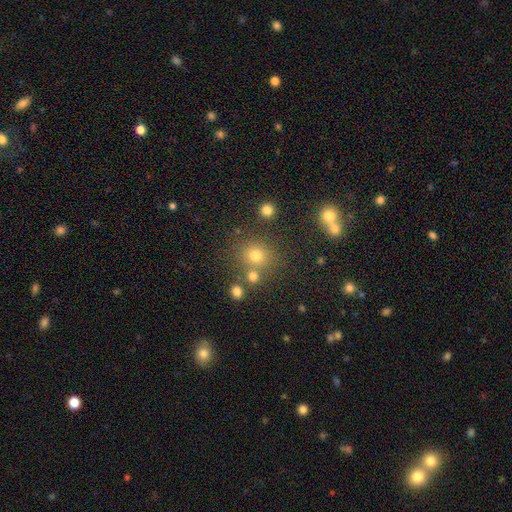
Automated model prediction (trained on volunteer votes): smooth-or-featured: smooth: 71% | star or artifact: 20% | featured or disk: 9%
  how-rounded: round: 85% | in between: 14% | cigar-shaped: 1%
  merging: none: 73% | merger: 13% | minor disturbance: 10% | major disturbance: 4%